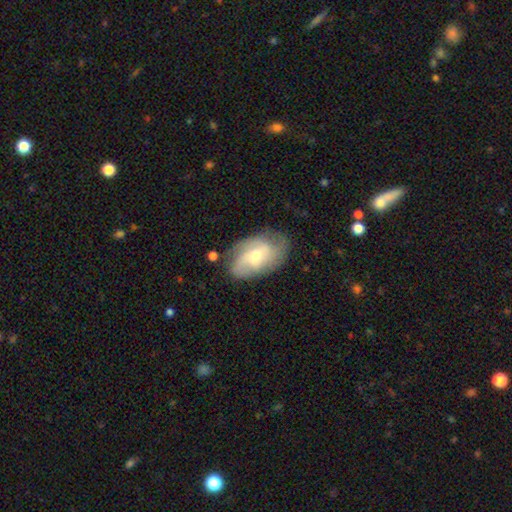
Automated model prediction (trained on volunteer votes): Q: Smooth or featured?
A: featured or disk (65%); runner-up: smooth (29%)
Q: Edge-on disk?
A: no (95%); runner-up: yes (5%)
Q: Bar?
A: no (61%); runner-up: weak (32%)
Q: Spiral arms?
A: yes (87%); runner-up: no (13%)
Q: Spiral winding?
A: medium (42%); runner-up: tight (33%)
Q: Spiral arm count?
A: 2 (32%); runner-up: can't tell (29%)
Q: Bulge size?
A: moderate (57%); runner-up: small (38%)
Q: Merging?
A: none (70%); runner-up: minor disturbance (21%)